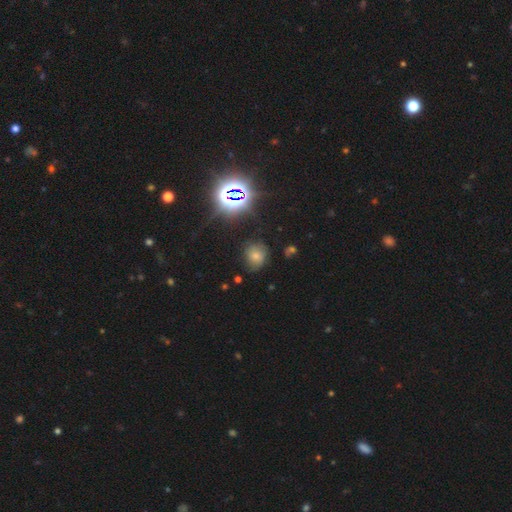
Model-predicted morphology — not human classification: Smooth or featured? star or artifact (44%)